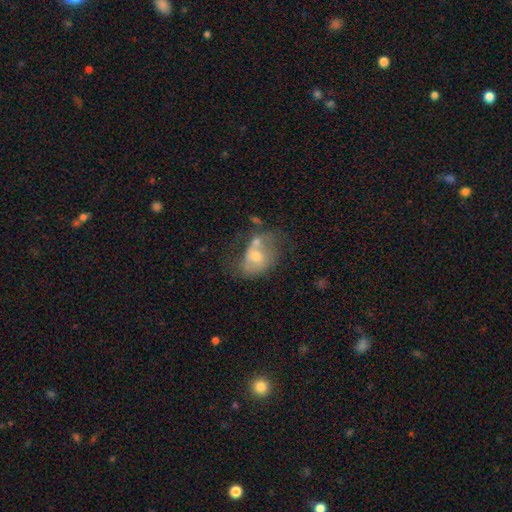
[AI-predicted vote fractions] Smooth or featured? Predicted: smooth (p=0.47). Merging? Predicted: merger (p=0.34).